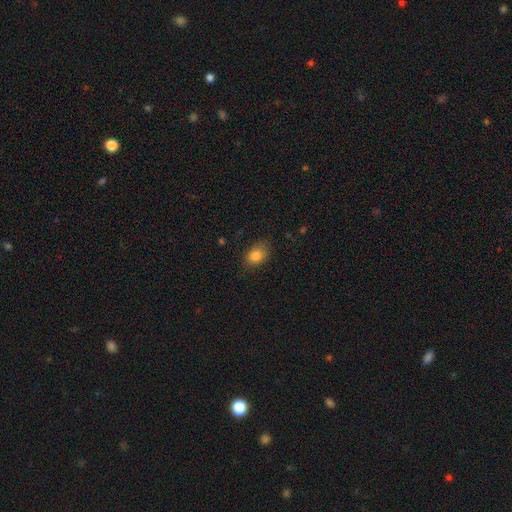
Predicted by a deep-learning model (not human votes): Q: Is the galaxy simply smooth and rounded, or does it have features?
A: smooth — 82%.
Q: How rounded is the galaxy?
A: in between — 74%.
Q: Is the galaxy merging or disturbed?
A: none — 78%.